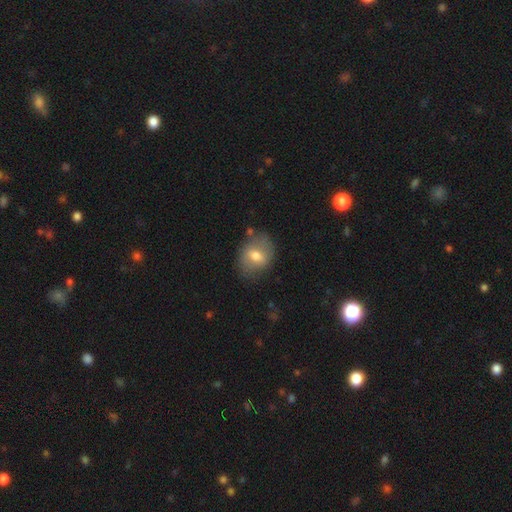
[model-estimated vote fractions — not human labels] Smooth or featured? smooth (62%)
How rounded? in between (57%)
Merging? none (71%)